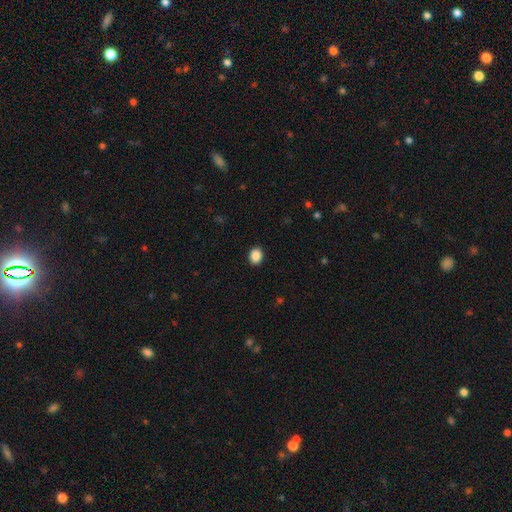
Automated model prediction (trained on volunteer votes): smooth-or-featured: smooth: 89% | star or artifact: 9% | featured or disk: 3%
  how-rounded: in between: 52% | round: 47% | cigar-shaped: 1%
  merging: none: 91% | minor disturbance: 6% | major disturbance: 2% | merger: 1%